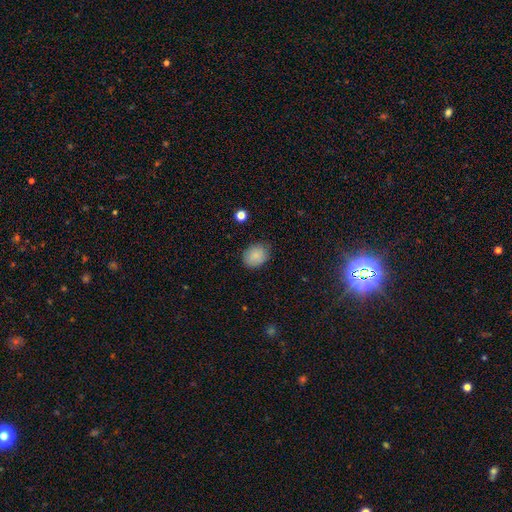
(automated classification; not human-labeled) The model was most divided on "how rounded": in between: 51%, round: 48%, cigar-shaped: 1%. More confident: smooth or featured — smooth (85%); merging — none (81%).